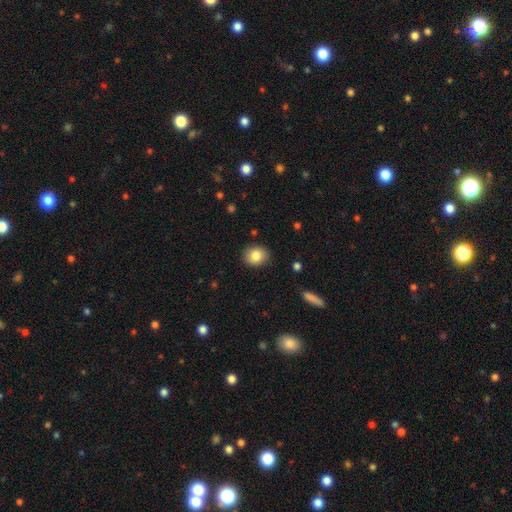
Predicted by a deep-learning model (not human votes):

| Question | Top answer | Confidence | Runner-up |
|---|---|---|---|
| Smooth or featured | smooth | 84% | star or artifact (9%) |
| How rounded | round | 71% | in between (28%) |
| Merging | none | 88% | minor disturbance (9%) |